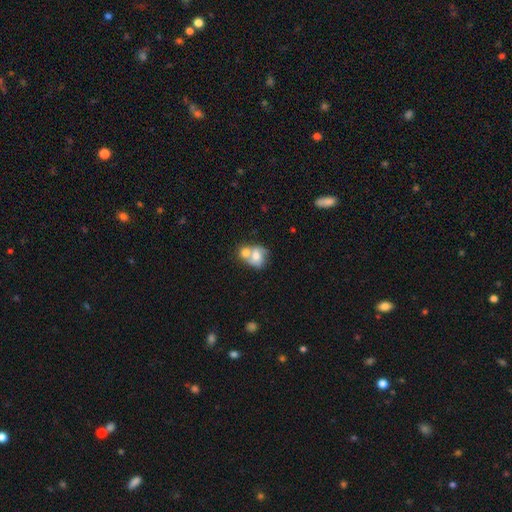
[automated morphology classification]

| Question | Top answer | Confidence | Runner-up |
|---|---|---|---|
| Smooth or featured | smooth | 52% | featured or disk (40%) |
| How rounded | round | 54% | in between (45%) |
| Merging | merger | 65% | none (20%) |